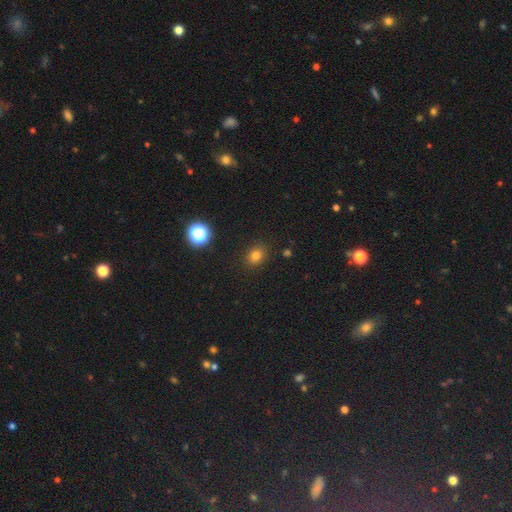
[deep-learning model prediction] smooth_or_featured: smooth (p=0.77) [alt: star or artifact p=0.16]
how_rounded: round (p=0.54) [alt: in between p=0.45]
merging: none (p=0.87) [alt: minor disturbance p=0.09]